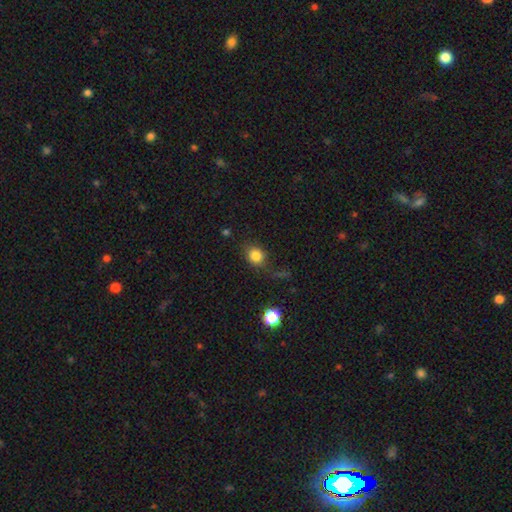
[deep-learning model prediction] This appears to be a smooth galaxy with no disk features (82%) that is round (72%). Merging: none (71%).